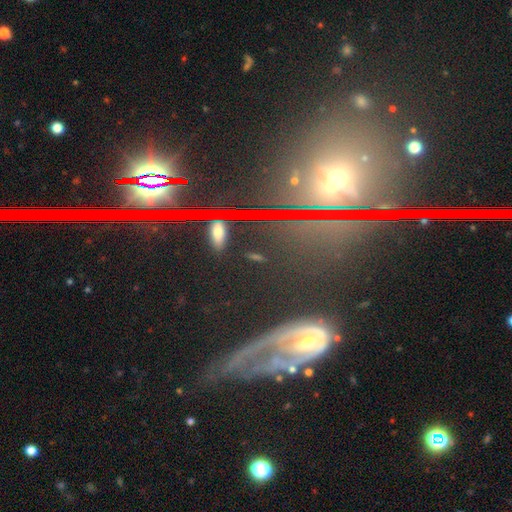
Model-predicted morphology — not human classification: Smooth or featured?
  - star or artifact: 54% *
  - featured or disk: 31%
  - smooth: 15%